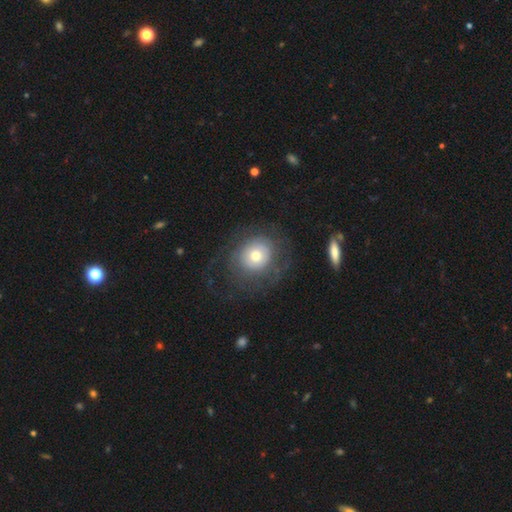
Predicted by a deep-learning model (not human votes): The model was most divided on "smooth or featured": smooth: 51%, featured or disk: 40%, star or artifact: 9%. More confident: how rounded — round (76%); merging — none (66%).